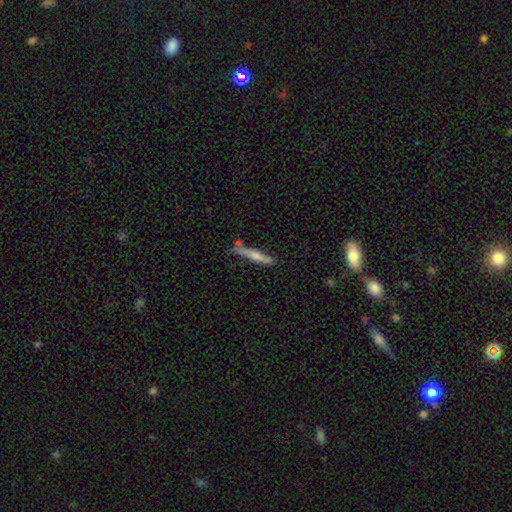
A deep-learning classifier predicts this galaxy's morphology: This appears to be a smooth galaxy with no disk features (53%) that is cigar-shaped (92%). Merging: none (70%).